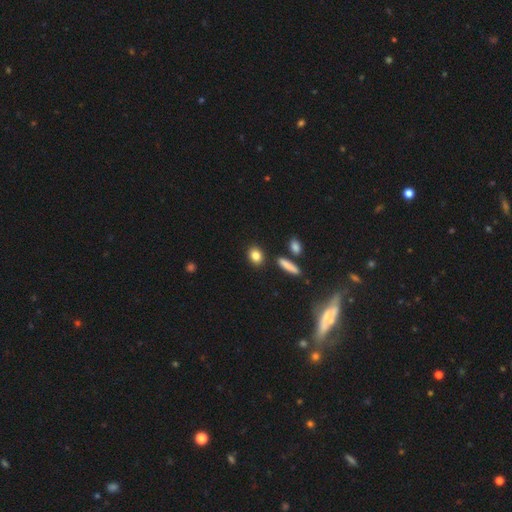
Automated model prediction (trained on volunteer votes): A smooth galaxy with no disk features (84%) that is in between round and cigar-shaped (49%).

Vote fractions:
- Smooth or featured? smooth: 84% / star or artifact: 9% / featured or disk: 7%
- How rounded? in between: 49% / round: 46% / cigar-shaped: 5%
- Merging? none: 85% / minor disturbance: 8% / merger: 5% / major disturbance: 2%